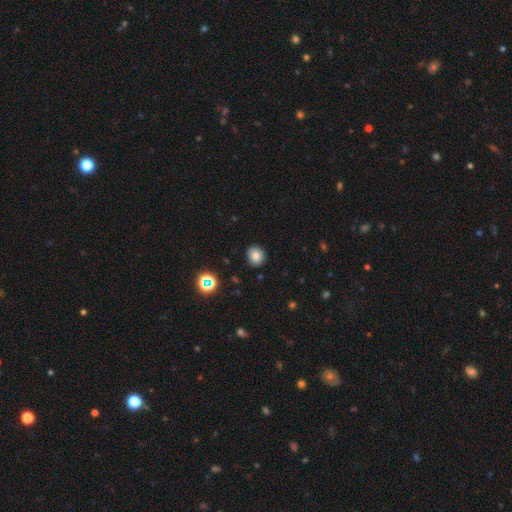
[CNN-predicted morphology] This is likely a smooth galaxy (79%). How rounded: clearly round (83%). Merging: clearly none (89%).